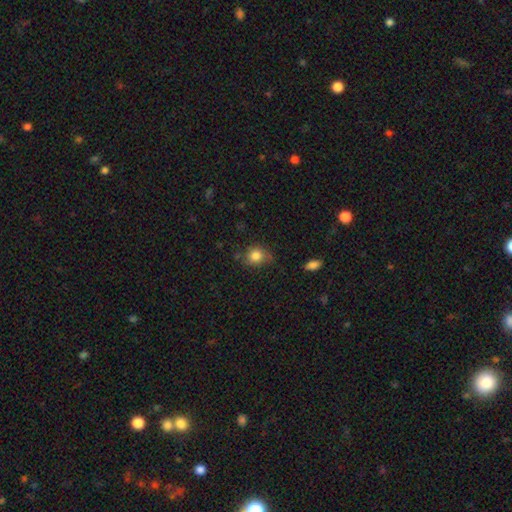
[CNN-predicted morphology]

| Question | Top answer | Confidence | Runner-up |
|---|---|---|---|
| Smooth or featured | smooth | 82% | star or artifact (11%) |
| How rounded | round | 74% | in between (25%) |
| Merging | none | 67% | minor disturbance (24%) |